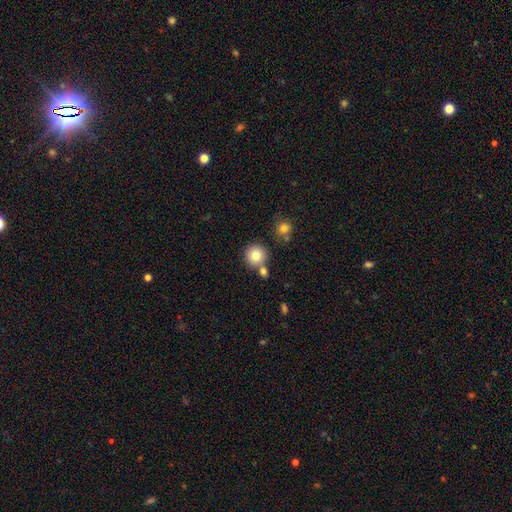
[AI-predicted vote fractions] A smooth galaxy with no disk features (80%) that is round (93%).

Vote fractions:
- Smooth or featured? smooth: 80% / star or artifact: 10% / featured or disk: 9%
- How rounded? round: 93% / in between: 6% / cigar-shaped: 1%
- Merging? none: 72% / merger: 17% / minor disturbance: 8% / major disturbance: 3%